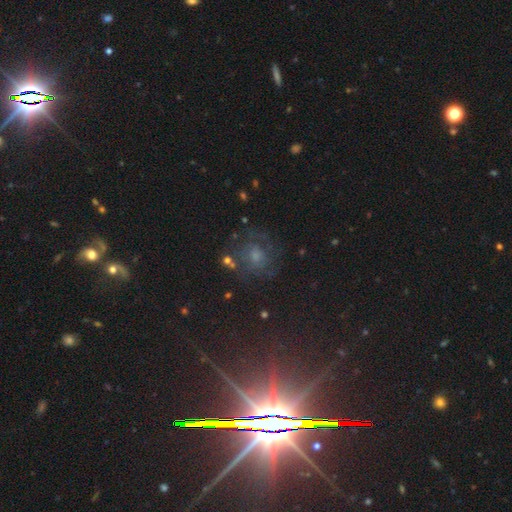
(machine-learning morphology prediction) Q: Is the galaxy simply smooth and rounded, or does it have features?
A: featured or disk — 45%.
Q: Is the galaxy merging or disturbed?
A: none — 66%.